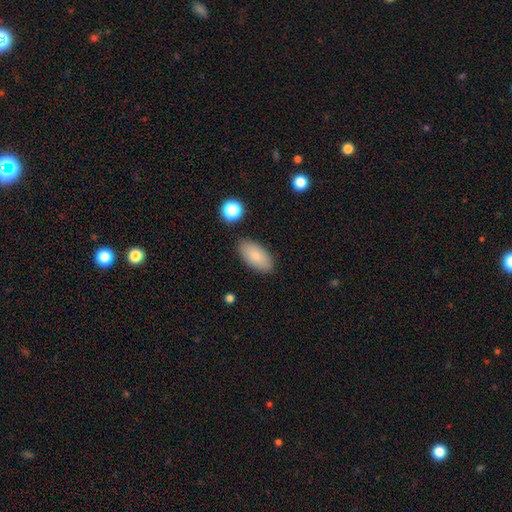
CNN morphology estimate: This is clearly a smooth galaxy (84%). How rounded: clearly in between (93%). Merging: clearly none (85%).